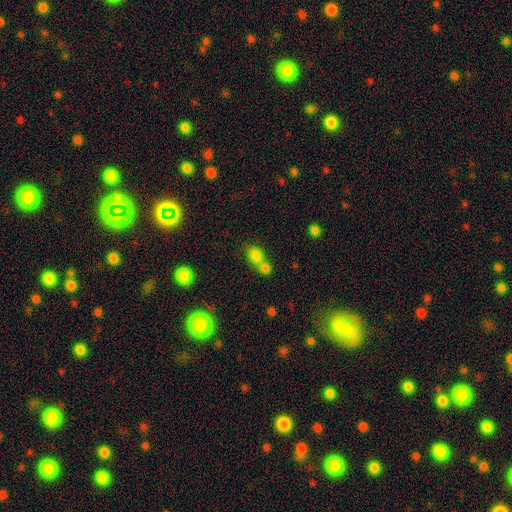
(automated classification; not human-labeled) This appears to be a smooth galaxy with no disk features (80%) that is in between round and cigar-shaped (51%). Merging: merger (54%).